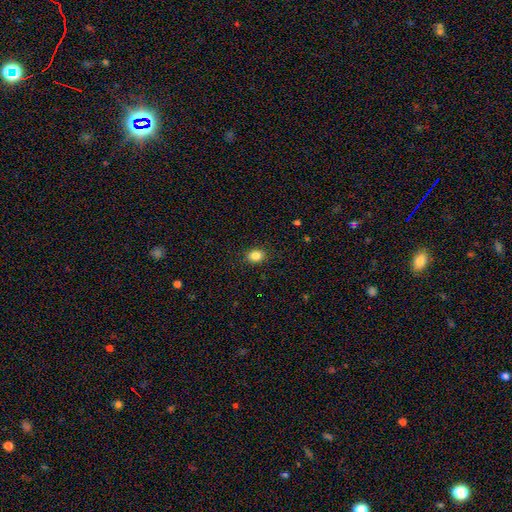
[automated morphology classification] This is clearly a smooth galaxy (85%). How rounded: possibly in between (57%). Merging: clearly none (89%).